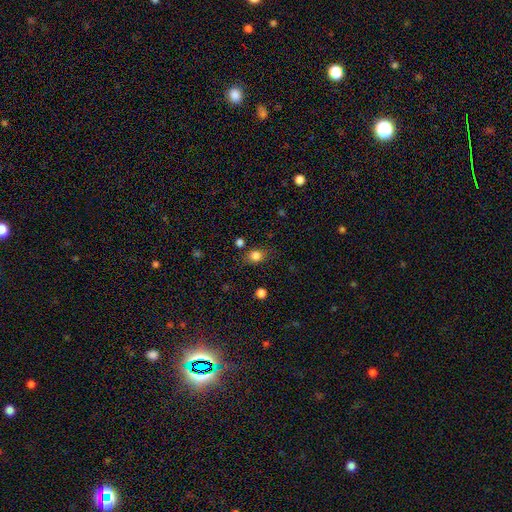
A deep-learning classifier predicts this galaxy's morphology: smooth 83%, star or artifact 12%, featured or disk 6%. Down the decision tree: how rounded — round (57%); merging — none (77%).